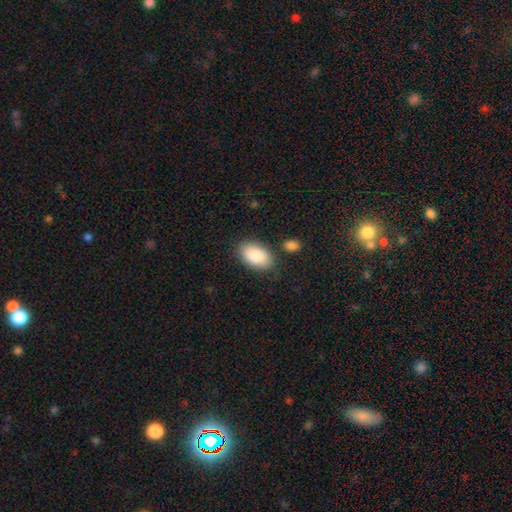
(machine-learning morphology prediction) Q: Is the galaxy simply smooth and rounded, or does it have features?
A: smooth — 89%.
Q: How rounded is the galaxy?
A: in between — 94%.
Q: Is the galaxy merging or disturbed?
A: none — 80%.